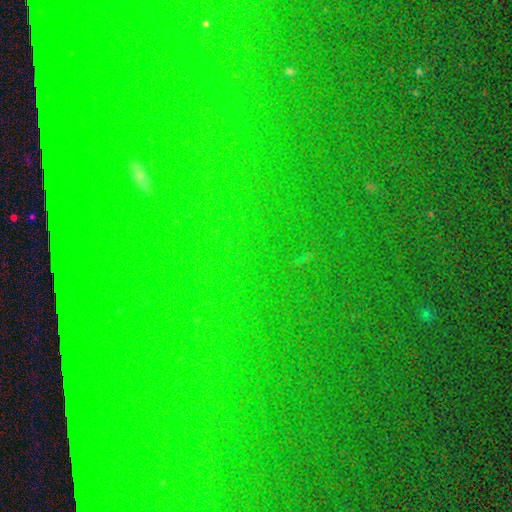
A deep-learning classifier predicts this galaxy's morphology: This appears to be a star or artifact, not a galaxy (77%).